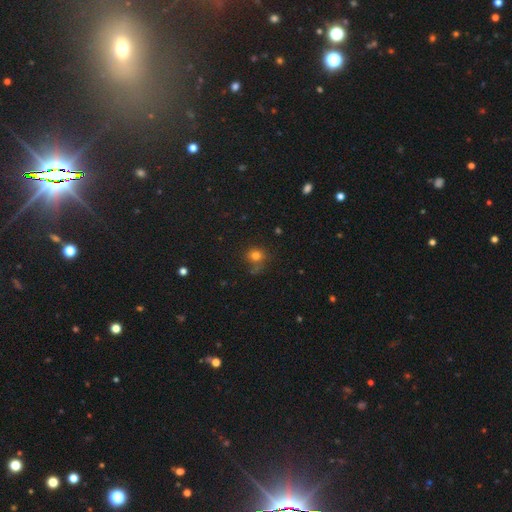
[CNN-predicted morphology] Smooth or featured? smooth (77%)
How rounded? round (81%)
Merging? none (65%)